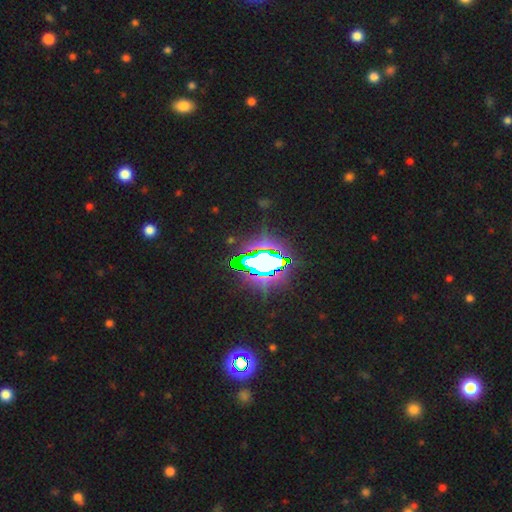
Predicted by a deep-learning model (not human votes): Smooth or featured? Predicted: star or artifact (p=0.82).